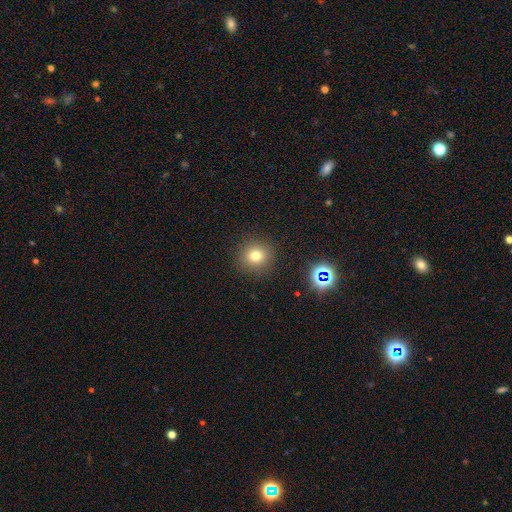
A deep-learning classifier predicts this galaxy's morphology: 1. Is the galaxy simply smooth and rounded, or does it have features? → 75% smooth, 16% star or artifact, 8% featured or disk.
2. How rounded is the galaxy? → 90% round, 9% in between, 1% cigar-shaped.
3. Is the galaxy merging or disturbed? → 89% none, 7% minor disturbance, 3% major disturbance, 1% merger.